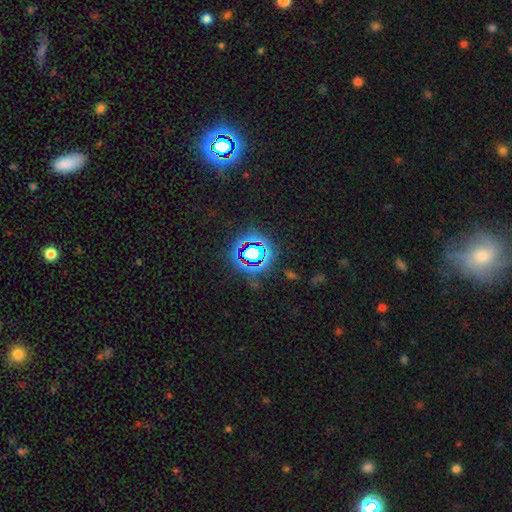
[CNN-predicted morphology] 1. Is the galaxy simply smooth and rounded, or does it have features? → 80% star or artifact, 12% smooth, 8% featured or disk.